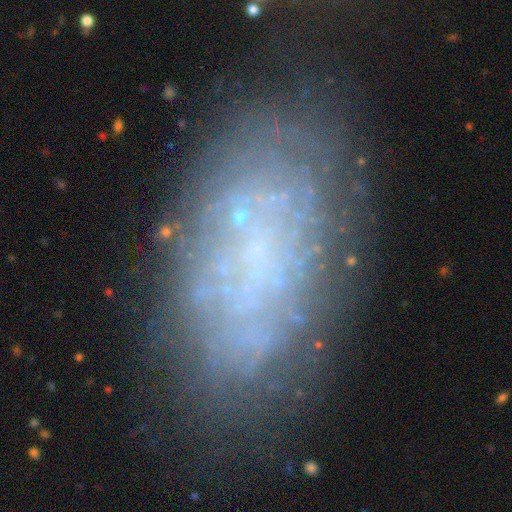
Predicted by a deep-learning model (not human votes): Overall: featured or disk (54%; smooth 31%). Edge-on disk: no (94%). Bar: no (88%). Spiral arms: no (74%). Bulge size: none (68%). Merging: none (65%).